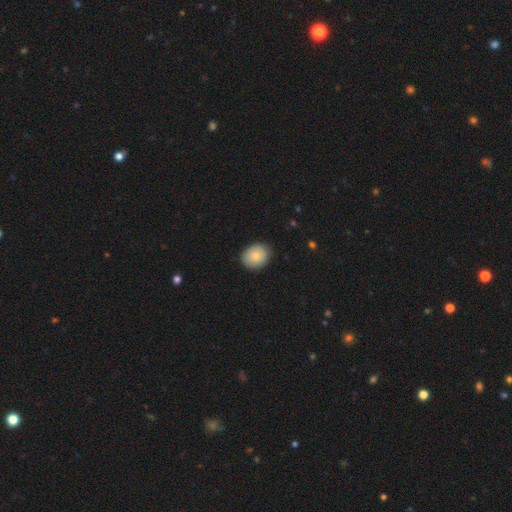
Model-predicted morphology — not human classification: This is clearly a smooth galaxy (81%). How rounded: possibly round (51%). Merging: clearly none (85%).